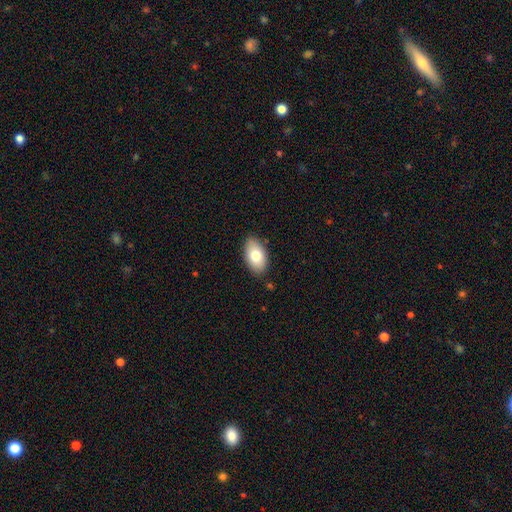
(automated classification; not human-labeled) smooth 77%, featured or disk 16%, star or artifact 7%. Down the decision tree: how rounded — in between (93%); merging — none (86%).